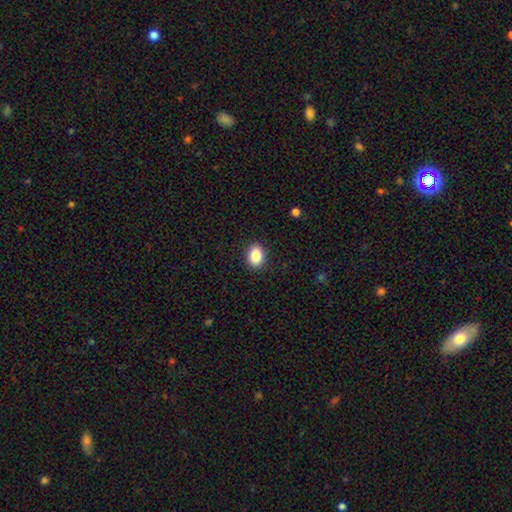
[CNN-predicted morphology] This appears to be a smooth galaxy with no disk features (86%) that is in between round and cigar-shaped (70%). Merging: none (90%).